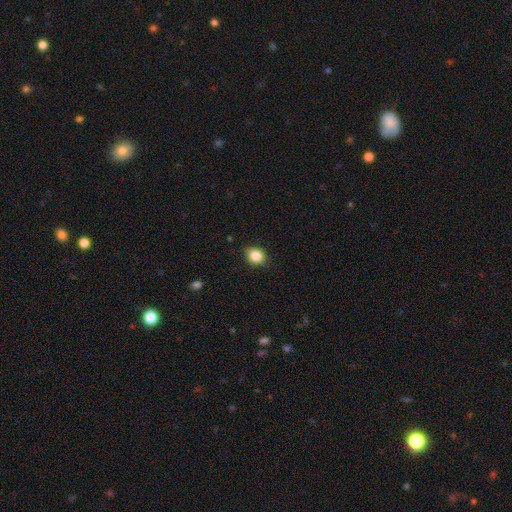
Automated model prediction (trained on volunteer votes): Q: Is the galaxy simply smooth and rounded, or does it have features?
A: smooth — 84%.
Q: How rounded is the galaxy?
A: round — 62%.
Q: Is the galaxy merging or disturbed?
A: none — 83%.